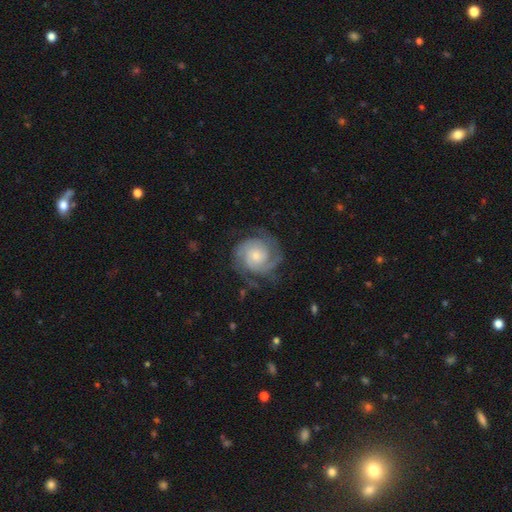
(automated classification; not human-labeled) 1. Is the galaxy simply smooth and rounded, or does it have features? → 86% featured or disk, 9% smooth, 5% star or artifact.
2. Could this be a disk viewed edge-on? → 98% no, 2% yes.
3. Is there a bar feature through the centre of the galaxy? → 72% no, 24% weak, 4% strong.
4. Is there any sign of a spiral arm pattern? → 97% yes, 3% no.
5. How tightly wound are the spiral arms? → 66% tight, 29% medium, 6% loose.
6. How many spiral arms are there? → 61% 2, 17% 3, 12% can't tell, 4% 4, 4% 1, 3% more than 4.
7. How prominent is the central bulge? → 52% small, 37% moderate, 6% large, 4% none, 1% dominant.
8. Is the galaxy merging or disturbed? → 73% none, 17% minor disturbance, 9% major disturbance, 1% merger.